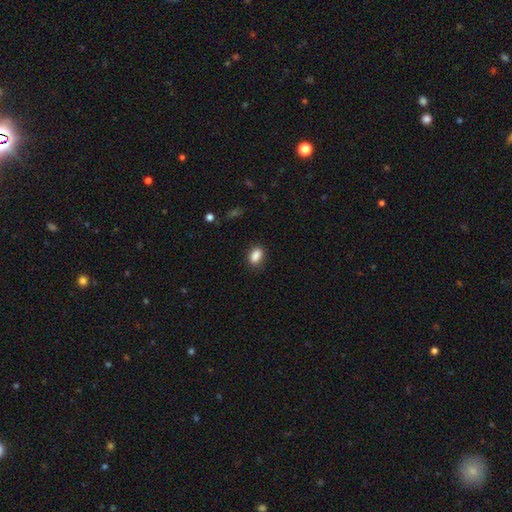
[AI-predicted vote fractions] A smooth galaxy with no disk features (88%) that is in between round and cigar-shaped (84%).

Vote fractions:
- Smooth or featured? smooth: 88% / star or artifact: 9% / featured or disk: 4%
- How rounded? in between: 84% / round: 14% / cigar-shaped: 2%
- Merging? none: 82% / minor disturbance: 14% / major disturbance: 3% / merger: 2%